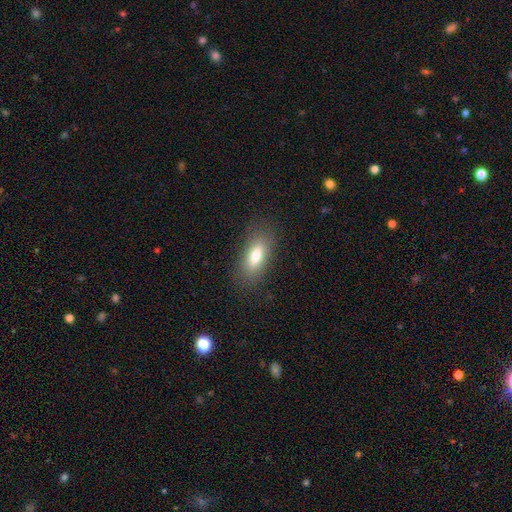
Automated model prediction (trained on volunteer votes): smooth 75%, featured or disk 17%, star or artifact 8%. Down the decision tree: how rounded — in between (72%); merging — none (84%).